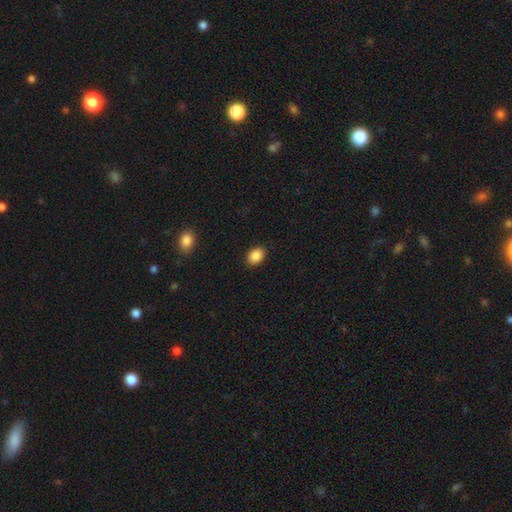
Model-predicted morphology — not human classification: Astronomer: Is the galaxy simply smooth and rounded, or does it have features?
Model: smooth — 88%.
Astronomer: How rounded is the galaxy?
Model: in between — 68%.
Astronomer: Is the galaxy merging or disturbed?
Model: none — 89%.